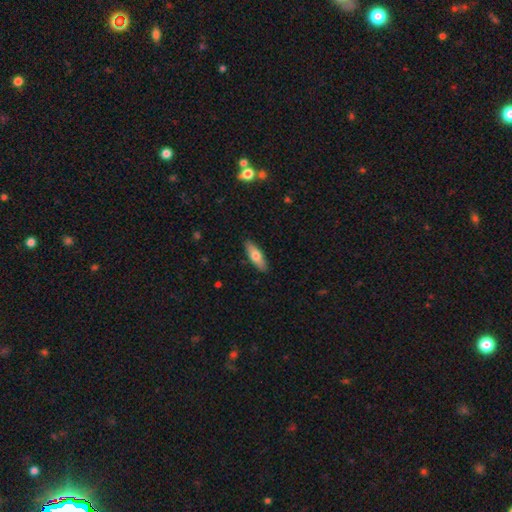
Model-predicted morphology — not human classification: Smooth or featured?
  - smooth: 65% *
  - featured or disk: 30%
  - star or artifact: 6%
How rounded?
  - in between: 49% * (tied)
  - cigar-shaped: 49% * (tied)
  - round: 2%
Merging?
  - none: 89% *
  - minor disturbance: 8%
  - major disturbance: 2%
  - merger: 1%